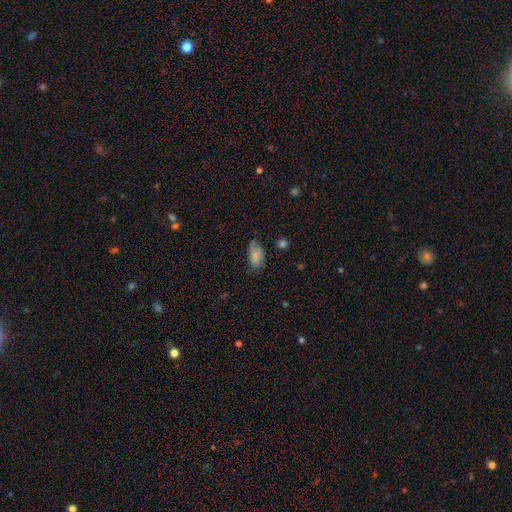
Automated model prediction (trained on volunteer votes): A smooth galaxy with no disk features (78%) that is in between round and cigar-shaped (92%). Merging: none (56%).